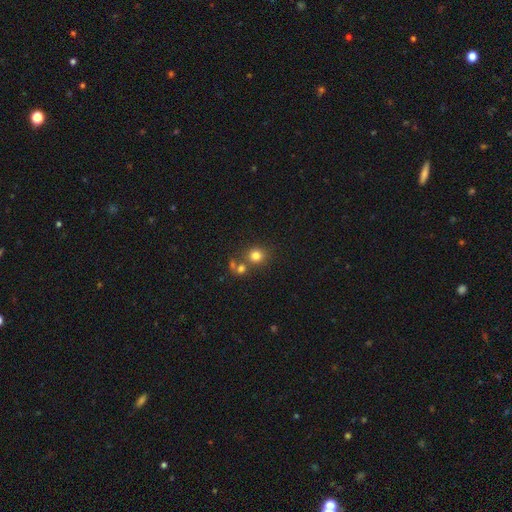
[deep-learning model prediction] A smooth galaxy with no disk features (78%) that is round (87%). Merging: none (66%).